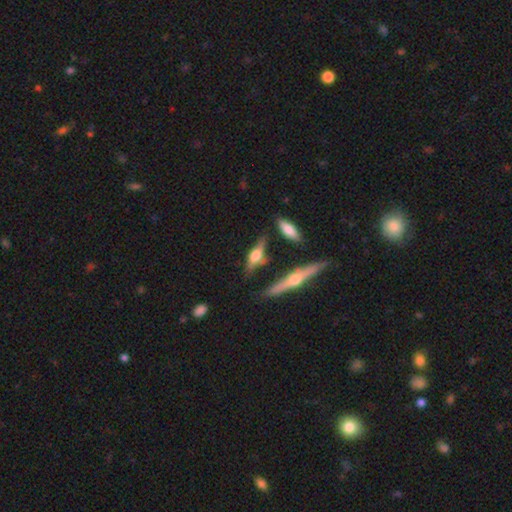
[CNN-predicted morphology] Q: Smooth or featured?
A: featured or disk (55%); runner-up: smooth (37%)
Q: Edge-on disk?
A: yes (87%); runner-up: no (13%)
Q: Merging?
A: none (58%); runner-up: minor disturbance (22%)